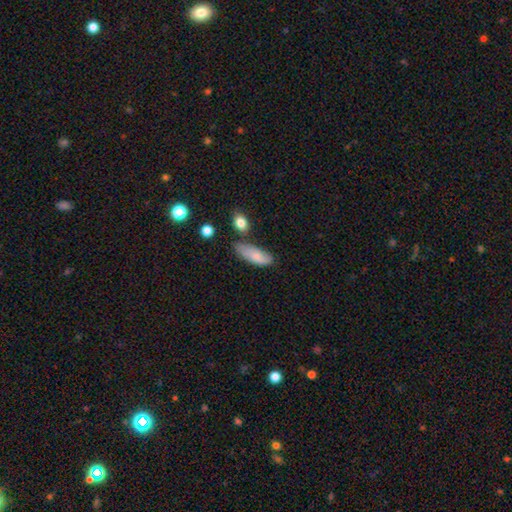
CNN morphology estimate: The model was most divided on "merging": none: 57%, minor disturbance: 29%, merger: 8%, major disturbance: 7%. More confident: smooth or featured — smooth (78%); how rounded — in between (71%).